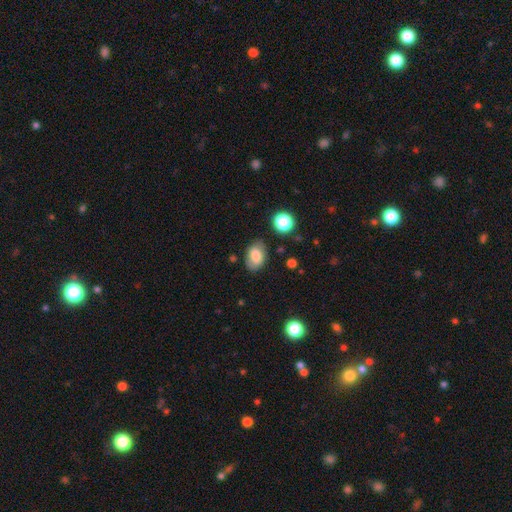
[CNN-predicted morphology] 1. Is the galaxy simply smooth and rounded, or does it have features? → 78% smooth, 13% featured or disk, 9% star or artifact.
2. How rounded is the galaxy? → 89% in between, 10% round, 1% cigar-shaped.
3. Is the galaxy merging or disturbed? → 78% none, 15% minor disturbance, 4% major disturbance, 2% merger.